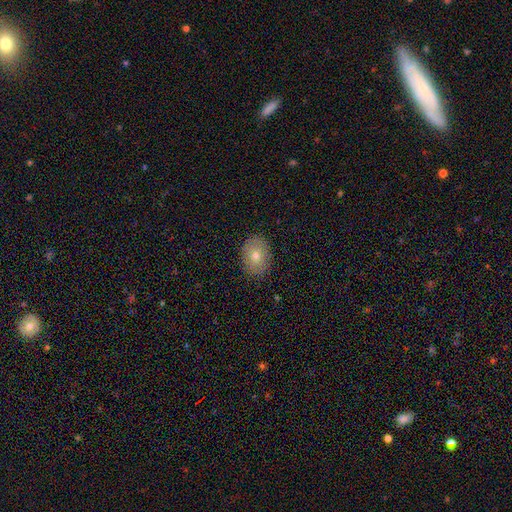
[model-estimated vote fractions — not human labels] Smooth or featured? Predicted: smooth (p=0.70). How rounded? Predicted: in between (p=0.69). Merging? Predicted: none (p=0.87).